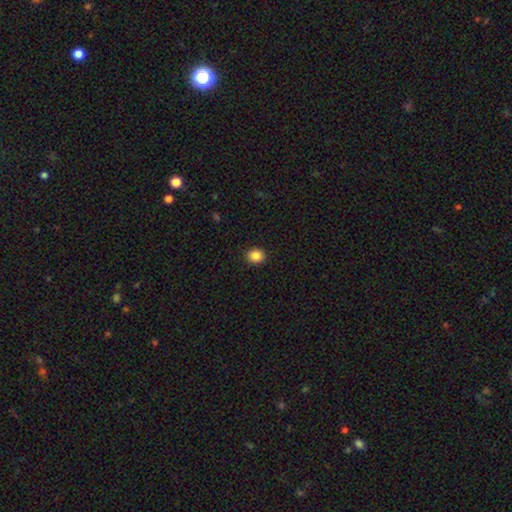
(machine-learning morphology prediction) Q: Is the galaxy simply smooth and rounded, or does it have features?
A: smooth — 87%.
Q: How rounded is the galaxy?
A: round — 63%.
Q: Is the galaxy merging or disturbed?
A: none — 91%.